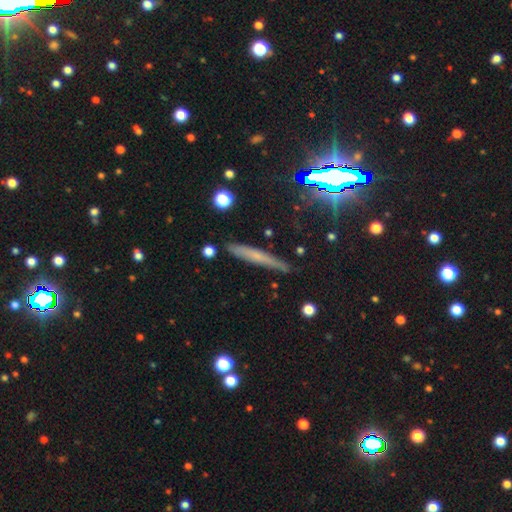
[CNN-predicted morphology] smooth 47%, featured or disk 36%, star or artifact 17%. Down the decision tree: merging — none (83%).